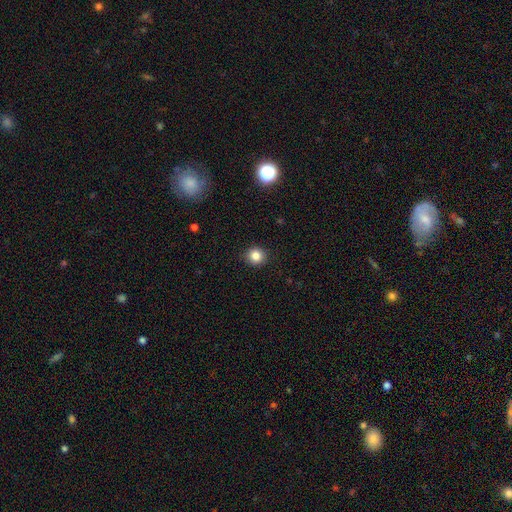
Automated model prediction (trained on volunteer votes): Smooth or featured: smooth — 85% (star or artifact — 11%)
How rounded: round — 91% (in between — 8%)
Merging: none — 91% (minor disturbance — 6%)